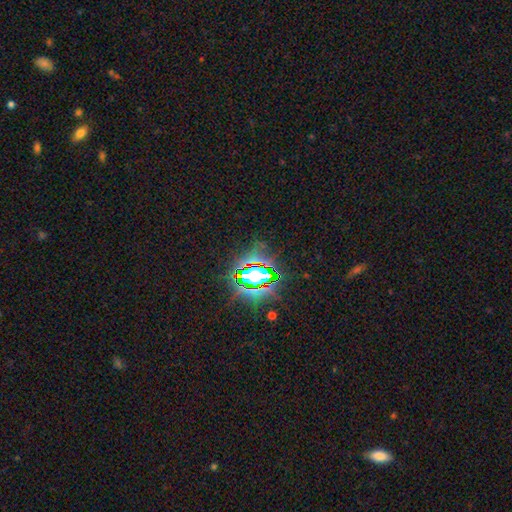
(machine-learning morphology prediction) smooth_or_featured: star or artifact (p=0.83) [alt: smooth p=0.10]